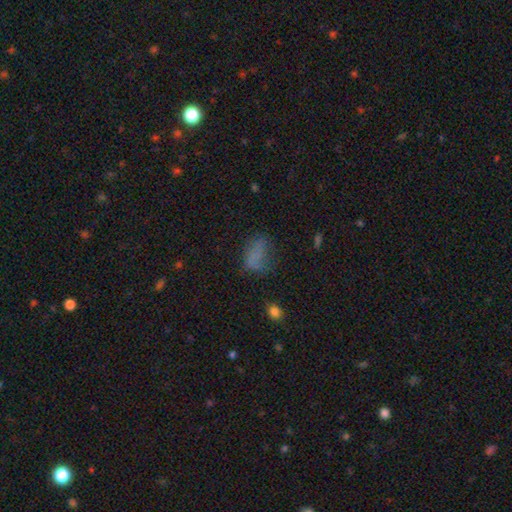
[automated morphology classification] The model was most divided on "merging": none: 46%, minor disturbance: 27%, major disturbance: 24%, merger: 3%. More confident: how rounded — in between (79%); smooth or featured — smooth (65%).